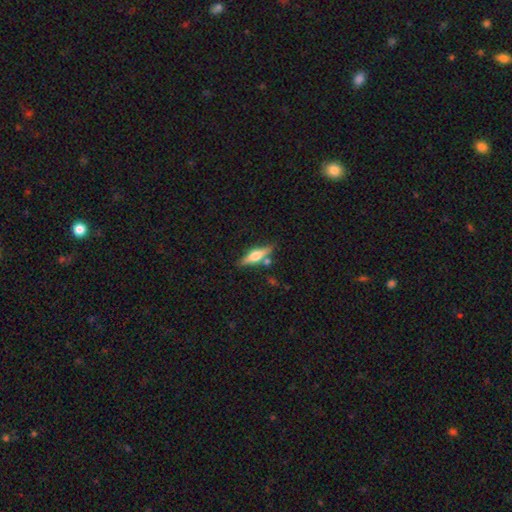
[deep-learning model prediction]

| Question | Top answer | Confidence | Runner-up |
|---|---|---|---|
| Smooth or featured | featured or disk | 52% | smooth (41%) |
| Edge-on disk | yes | 93% | no (7%) |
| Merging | none | 75% | minor disturbance (13%) |